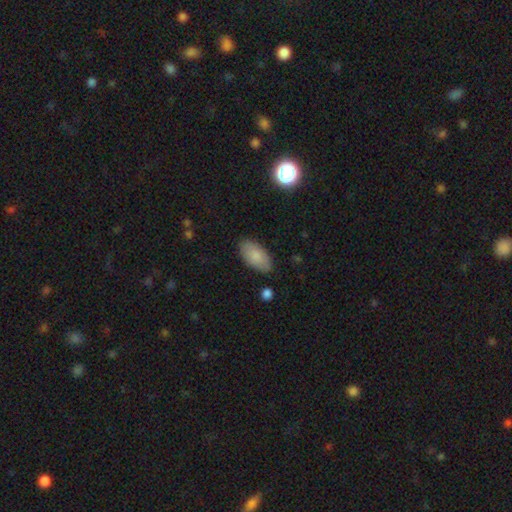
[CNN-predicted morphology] smooth 83%, featured or disk 11%, star or artifact 6%. Down the decision tree: how rounded — in between (94%); merging — none (83%).